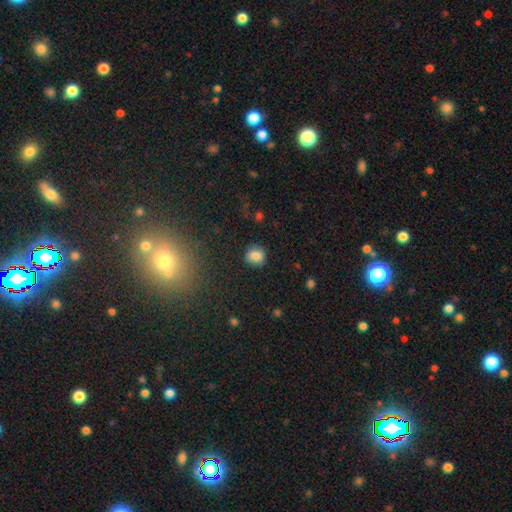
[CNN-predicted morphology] The model was most divided on "how rounded": round: 79%, in between: 20%, cigar-shaped: 1%. More confident: merging — none (83%); smooth or featured — smooth (80%).